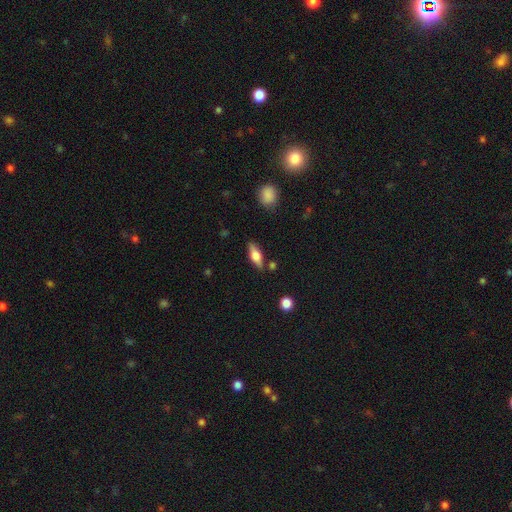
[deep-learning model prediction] The model was most divided on "smooth or featured": smooth: 54%, featured or disk: 39%, star or artifact: 7%. More confident: merging — none (81%); how rounded — in between (65%).